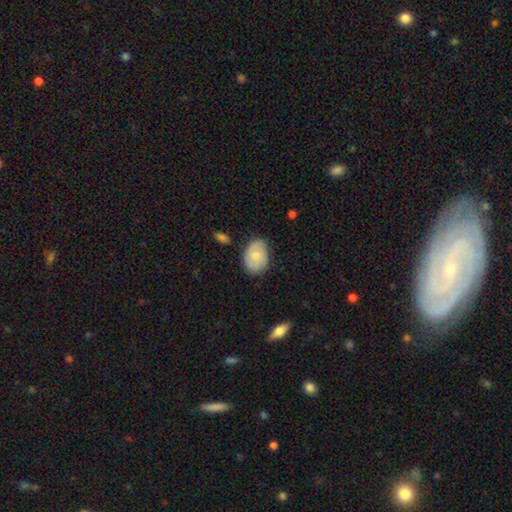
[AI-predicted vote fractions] This appears to be a smooth galaxy with no disk features (69%) that is in between round and cigar-shaped (76%). Merging: none (71%).